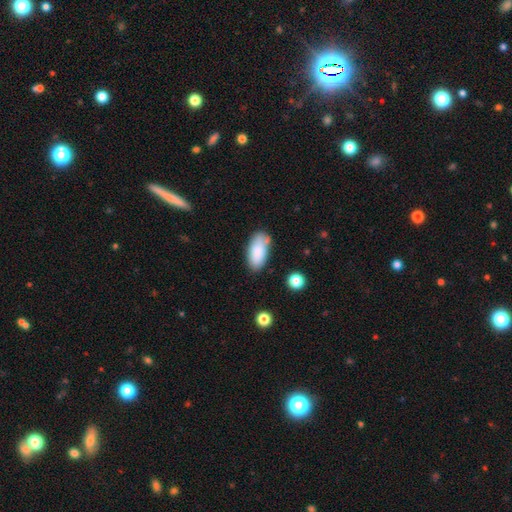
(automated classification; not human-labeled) Q: Smooth or featured?
A: smooth (85%); runner-up: featured or disk (8%)
Q: How rounded?
A: in between (91%); runner-up: cigar-shaped (7%)
Q: Merging?
A: none (69%); runner-up: minor disturbance (20%)